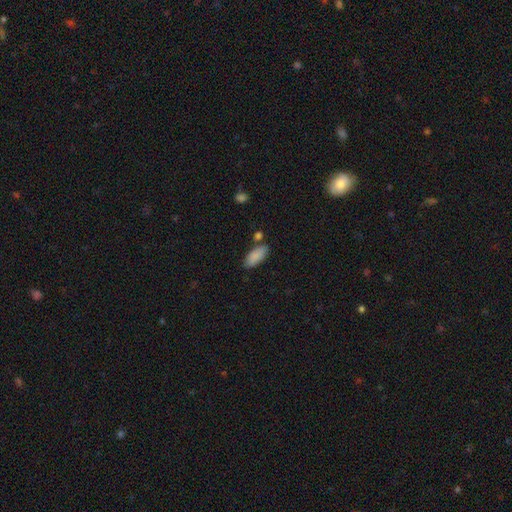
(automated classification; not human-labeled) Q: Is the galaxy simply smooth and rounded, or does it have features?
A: smooth — 88%.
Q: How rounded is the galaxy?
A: in between — 83%.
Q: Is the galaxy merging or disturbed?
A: none — 74%.